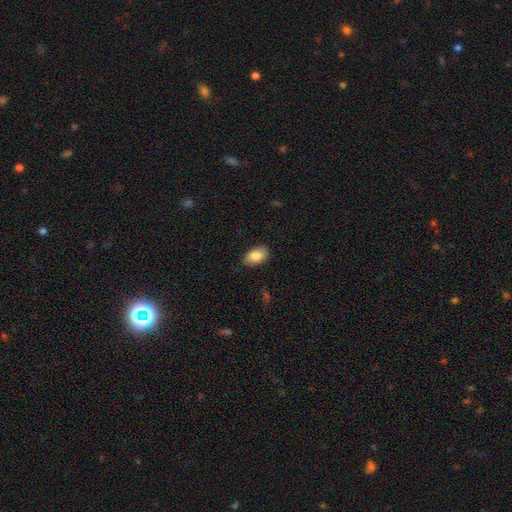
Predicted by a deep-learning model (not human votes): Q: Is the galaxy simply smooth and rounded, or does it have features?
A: smooth — 85%.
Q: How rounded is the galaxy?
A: in between — 92%.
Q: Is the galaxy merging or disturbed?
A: none — 85%.